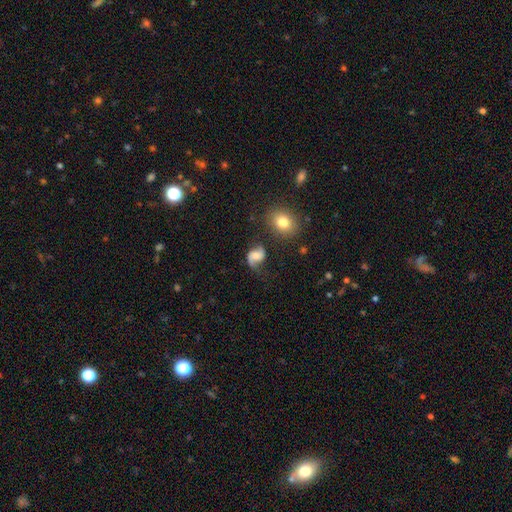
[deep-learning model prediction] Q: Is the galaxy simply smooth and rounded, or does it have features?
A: featured or disk — 63%.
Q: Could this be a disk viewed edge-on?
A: no — 97%.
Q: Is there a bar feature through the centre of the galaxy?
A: no — 51%.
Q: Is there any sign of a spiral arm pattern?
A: yes — 92%.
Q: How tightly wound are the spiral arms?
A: loose — 63%.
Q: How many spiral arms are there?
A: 2 — 82%.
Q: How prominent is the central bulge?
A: moderate — 33%.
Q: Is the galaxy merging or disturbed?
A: none — 57%.